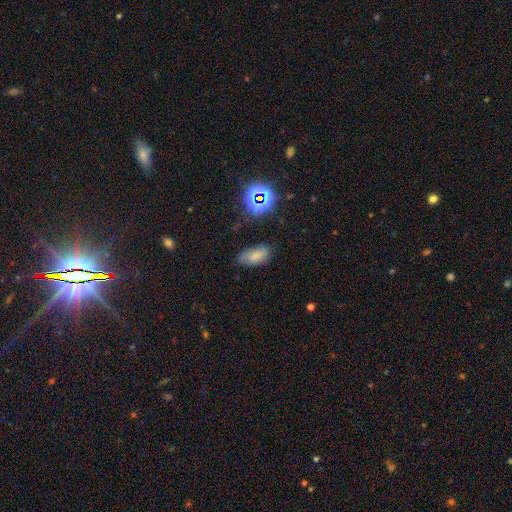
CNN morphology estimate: A smooth galaxy with no disk features (71%) that is in between round and cigar-shaped (91%). Merging: none (69%).